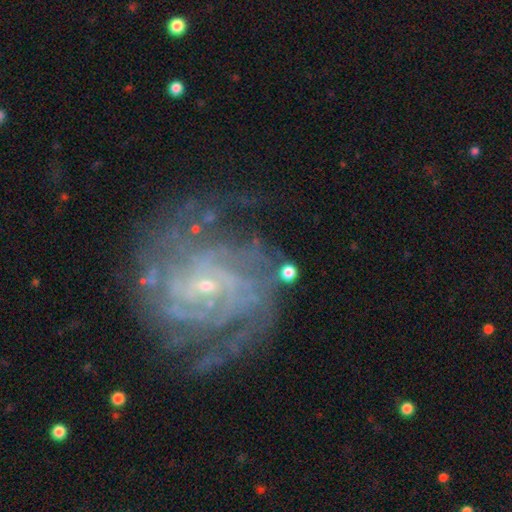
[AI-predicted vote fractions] featured or disk 87%, star or artifact 7%, smooth 6%. Down the decision tree: edge-on disk — no (98%); bar — no (53%); spiral arms — yes (94%); spiral arm count — can't tell (33%); spiral winding — tight (63%); bulge size — small (83%); merging — none (66%).